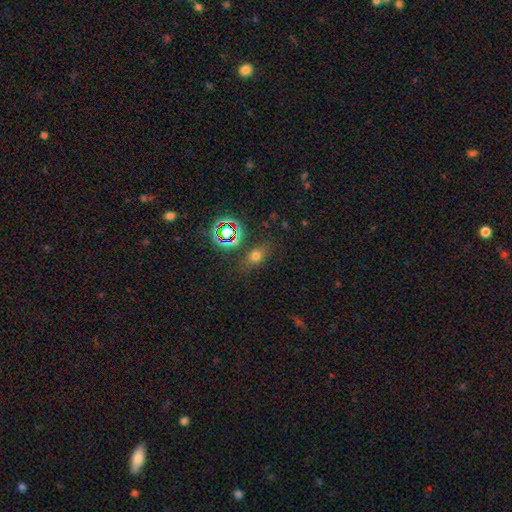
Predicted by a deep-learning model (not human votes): A smooth galaxy with no disk features (61%) that is in between round and cigar-shaped (62%).

Vote fractions:
- Smooth or featured? smooth: 61% / star or artifact: 27% / featured or disk: 12%
- How rounded? in between: 62% / round: 33% / cigar-shaped: 5%
- Merging? none: 78% / minor disturbance: 13% / major disturbance: 5% / merger: 4%